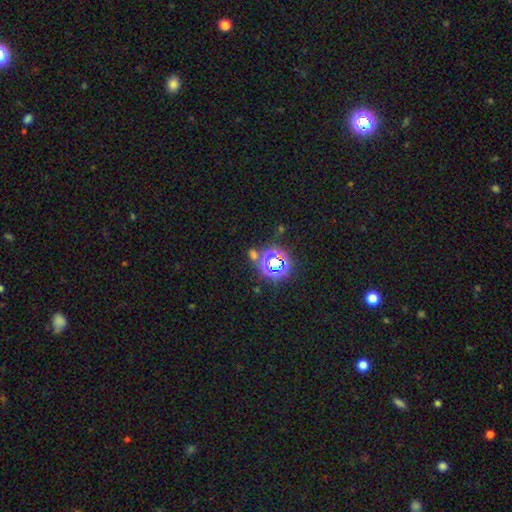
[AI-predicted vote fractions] Smooth or featured? Predicted: star or artifact (p=0.61).